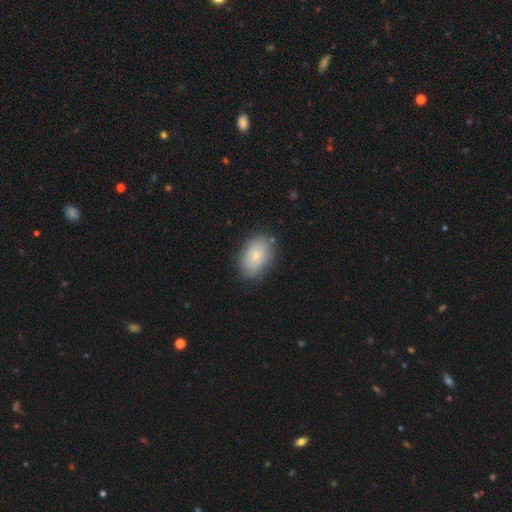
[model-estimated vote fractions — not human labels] This appears to be a smooth galaxy with no disk features (74%) that is in between round and cigar-shaped (83%). Merging: none (79%).